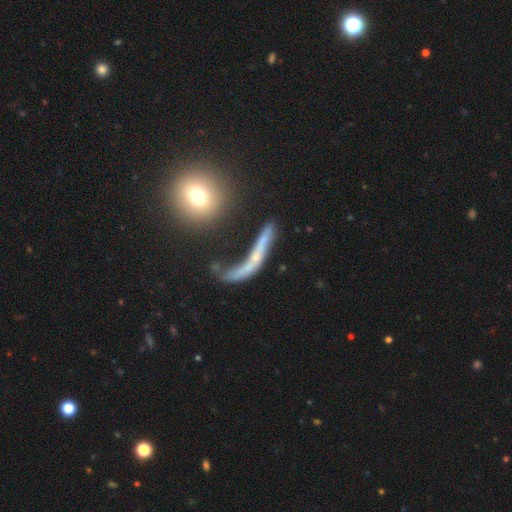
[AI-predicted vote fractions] Smooth or featured: featured or disk — 56% (smooth — 31%)
Edge-on disk: no — 51% (yes — 49%)
Merging: major disturbance — 35% (none — 33%)